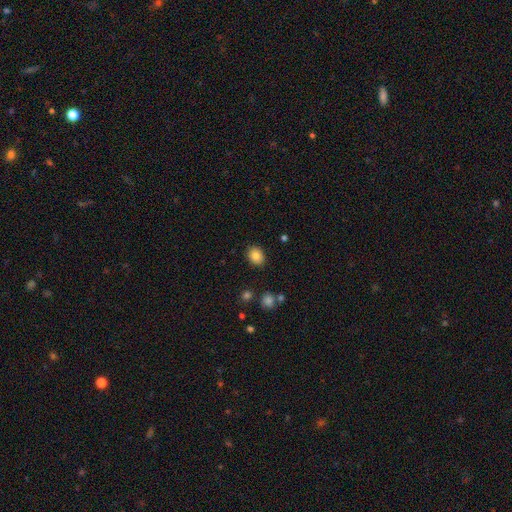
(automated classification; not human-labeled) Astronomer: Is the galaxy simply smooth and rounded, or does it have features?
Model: smooth — 83%.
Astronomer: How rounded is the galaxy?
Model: in between — 56% (runner-up: round, 43%).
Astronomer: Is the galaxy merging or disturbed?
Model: none — 87%.